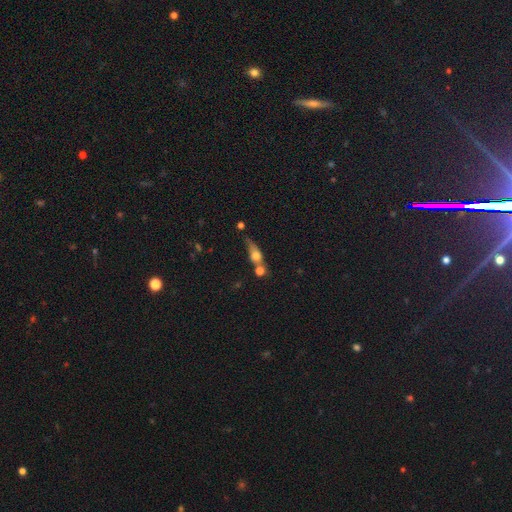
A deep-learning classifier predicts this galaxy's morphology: A smooth galaxy with no disk features (58%) that is in between round and cigar-shaped (44%).

Vote fractions:
- Smooth or featured? smooth: 58% / featured or disk: 31% / star or artifact: 11%
- How rounded? in between: 44% / cigar-shaped: 30% / round: 26%
- Merging? none: 35% (tied) / merger: 35% (tied) / minor disturbance: 17% / major disturbance: 13%